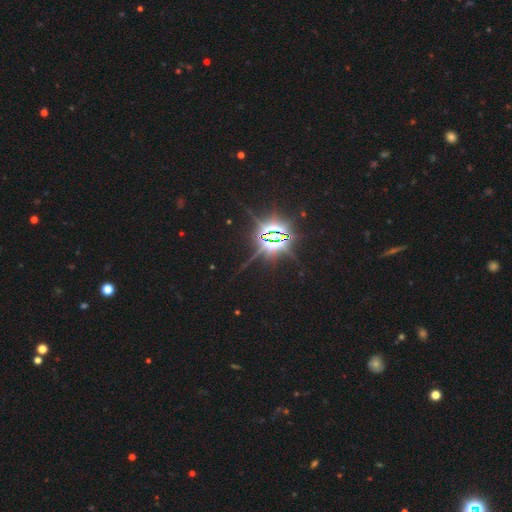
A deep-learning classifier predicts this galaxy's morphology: type=star or artifact (87%).